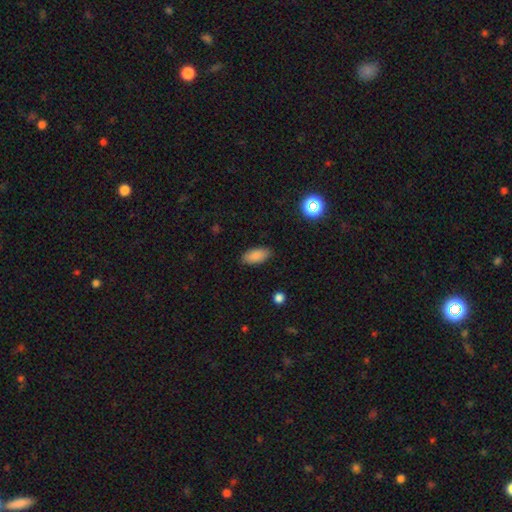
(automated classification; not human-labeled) Overall: smooth (88%). How rounded: in between (90%). Merging: none (88%).